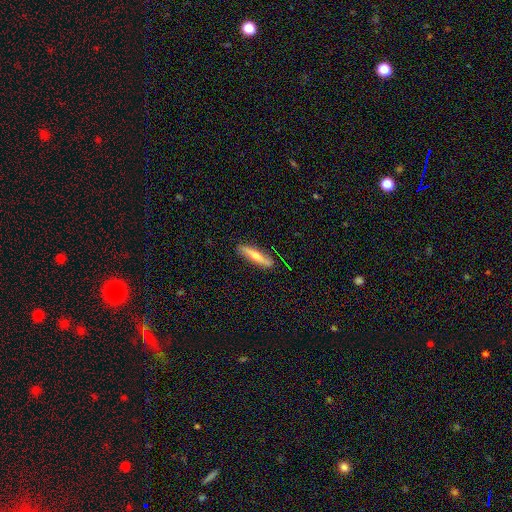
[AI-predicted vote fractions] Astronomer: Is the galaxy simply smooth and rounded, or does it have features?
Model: featured or disk — 53% (runner-up: smooth, 40%).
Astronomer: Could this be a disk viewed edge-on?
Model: yes — 77%.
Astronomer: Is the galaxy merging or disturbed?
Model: none — 84%.